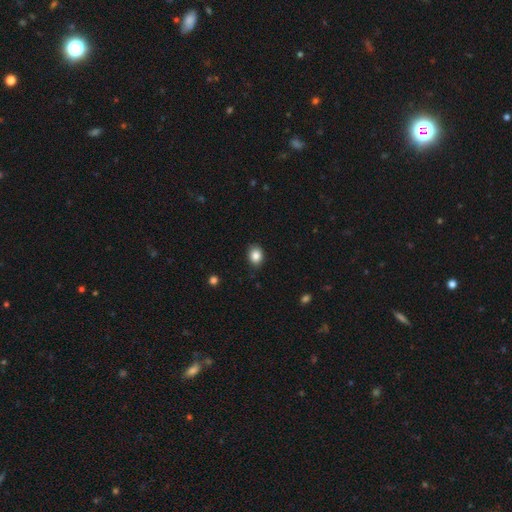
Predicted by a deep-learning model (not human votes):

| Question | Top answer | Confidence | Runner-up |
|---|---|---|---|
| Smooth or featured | smooth | 85% | star or artifact (9%) |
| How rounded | in between | 52% | round (47%) |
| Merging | none | 87% | minor disturbance (10%) |